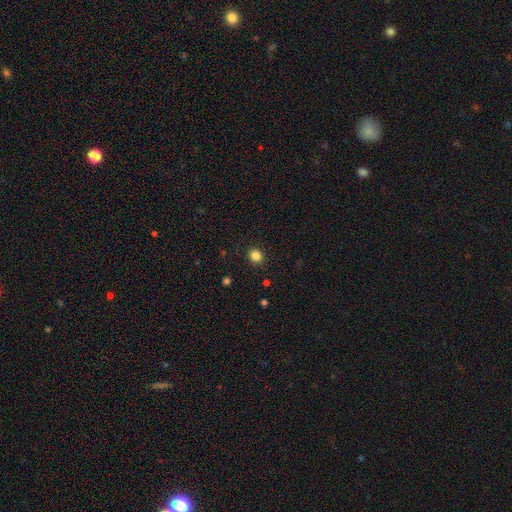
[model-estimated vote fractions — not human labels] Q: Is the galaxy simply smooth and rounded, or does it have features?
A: smooth — 84%.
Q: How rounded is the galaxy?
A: round — 82%.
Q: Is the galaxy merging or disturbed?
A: none — 91%.